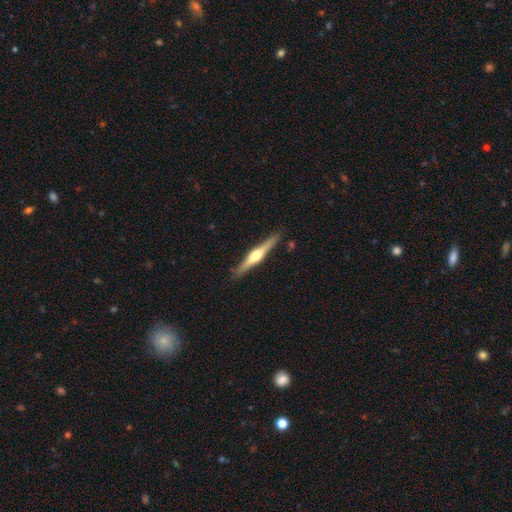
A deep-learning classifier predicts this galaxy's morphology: This appears to be a featured or disk galaxy (75%) viewed edge-on (98%) with a rounded central bulge (93%). Merging: none (89%).